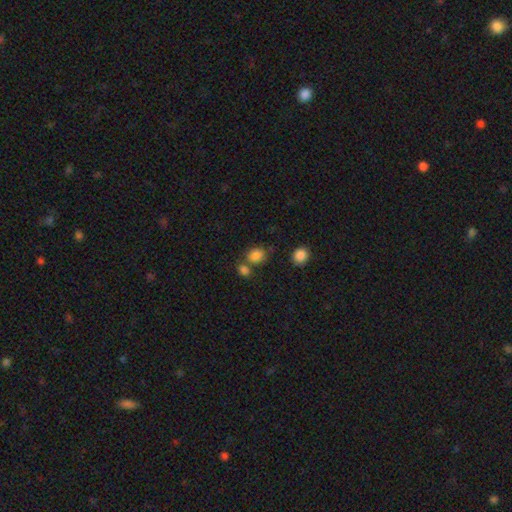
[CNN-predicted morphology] The model was most divided on "how rounded": round: 62%, in between: 37%, cigar-shaped: 1%. More confident: smooth or featured — smooth (83%); merging — none (58%).